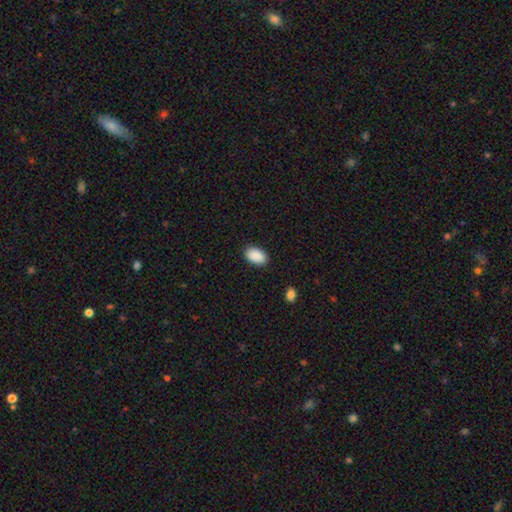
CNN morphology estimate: A smooth galaxy with no disk features (91%) that is in between round and cigar-shaped (92%).

Vote fractions:
- Smooth or featured? smooth: 91% / star or artifact: 6% / featured or disk: 3%
- How rounded? in between: 92% / round: 7% / cigar-shaped: 1%
- Merging? none: 89% / minor disturbance: 8% / major disturbance: 2% / merger: 1%